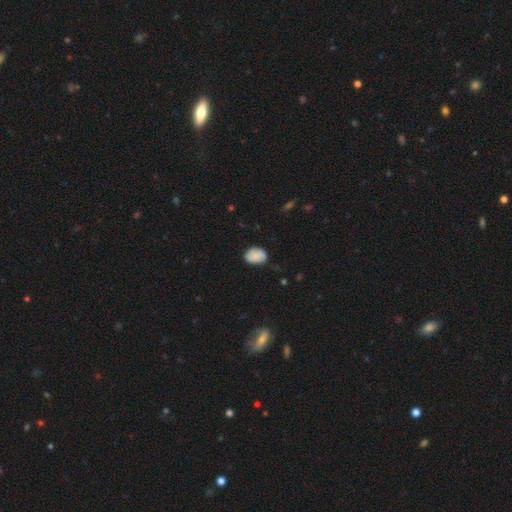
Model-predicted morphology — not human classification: type=smooth (75%); roundness=in between (72%); merging=none (70%).